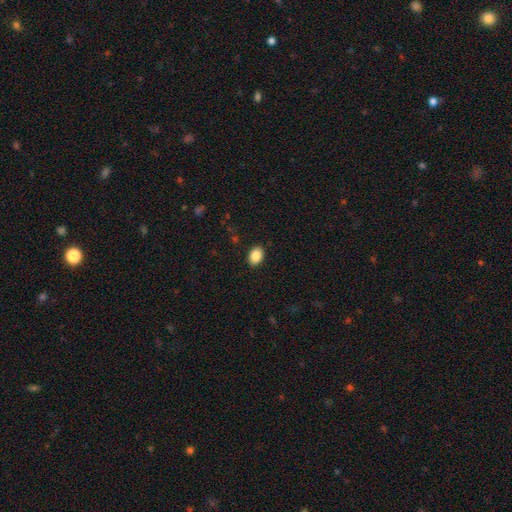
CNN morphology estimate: Q: Smooth or featured?
A: smooth (88%); runner-up: star or artifact (8%)
Q: How rounded?
A: in between (79%); runner-up: round (20%)
Q: Merging?
A: none (90%); runner-up: minor disturbance (7%)